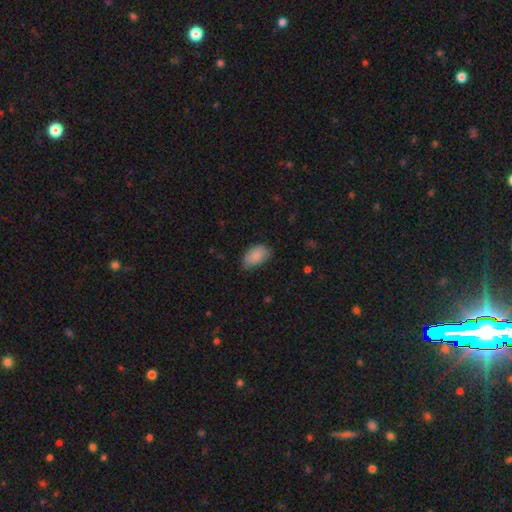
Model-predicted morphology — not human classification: The model was most divided on "merging": none: 59%, minor disturbance: 34%, major disturbance: 6%, merger: 1%. More confident: how rounded — in between (90%); smooth or featured — smooth (86%).